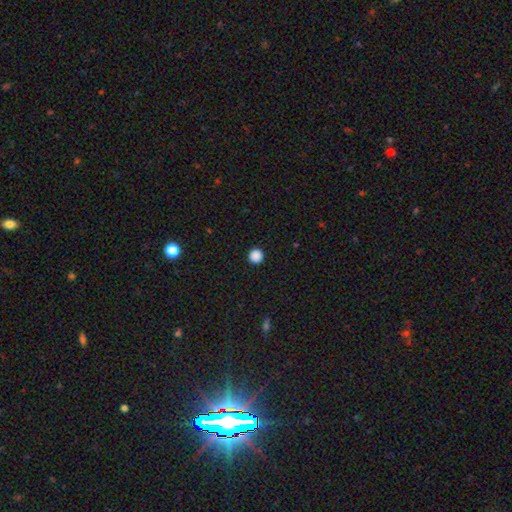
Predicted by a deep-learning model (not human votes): smooth-or-featured: smooth: 88% | star or artifact: 10% | featured or disk: 2%
  how-rounded: round: 96% | in between: 3% | cigar-shaped: 1%
  merging: none: 94% | minor disturbance: 4% | major disturbance: 1% | merger: 1%